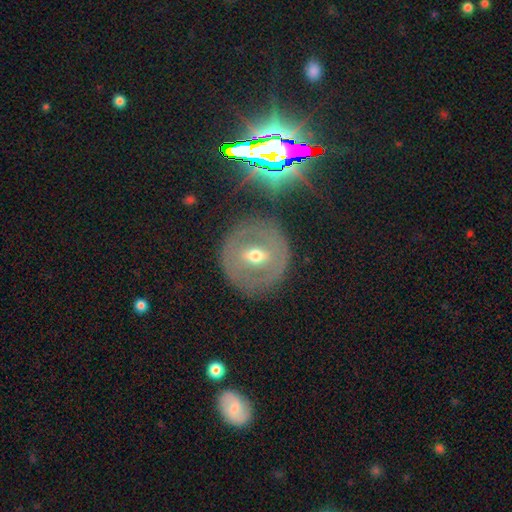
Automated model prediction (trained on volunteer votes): Q: Smooth or featured?
A: featured or disk (62%); runner-up: smooth (29%)
Q: Edge-on disk?
A: no (92%); runner-up: yes (8%)
Q: Bar?
A: weak (40%); runner-up: strong (33%)
Q: Spiral arms?
A: no (71%); runner-up: yes (29%)
Q: Bulge size?
A: moderate (67%); runner-up: small (27%)
Q: Merging?
A: none (81%); runner-up: minor disturbance (11%)